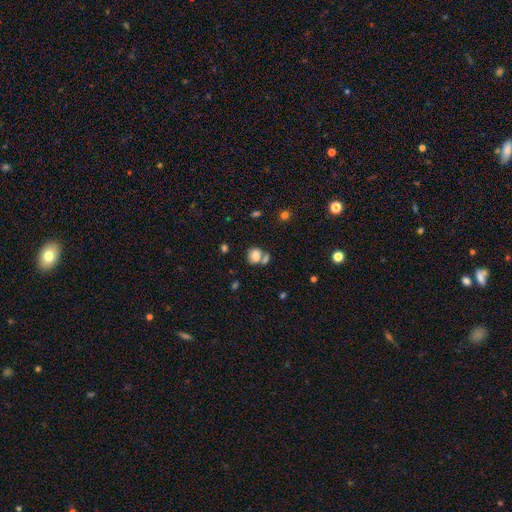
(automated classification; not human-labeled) Smooth or featured: smooth — 79% (star or artifact — 11%)
How rounded: round — 58% (in between — 41%)
Merging: merger — 41% (tied with none — 41%)